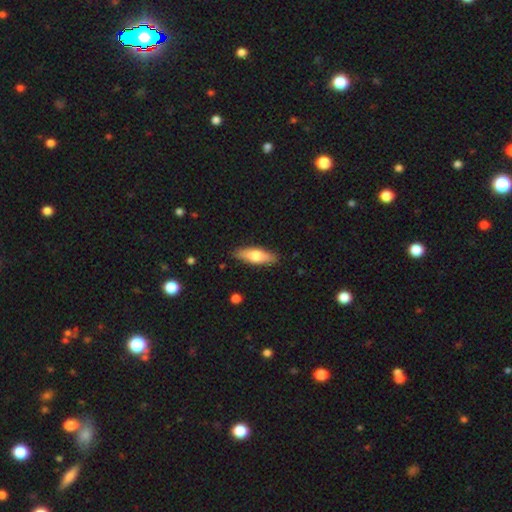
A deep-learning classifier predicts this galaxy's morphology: Smooth or featured: smooth — 64% (featured or disk — 31%)
How rounded: in between — 50% (cigar-shaped — 48%)
Merging: none — 88% (minor disturbance — 9%)